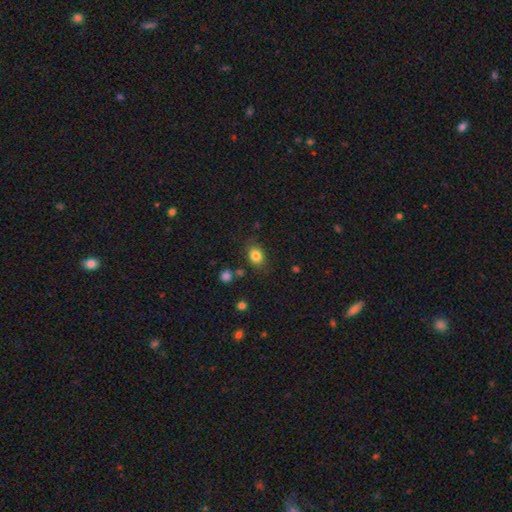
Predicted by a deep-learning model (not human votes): smooth_or_featured: smooth (p=0.82) [alt: star or artifact p=0.11]
how_rounded: in between (p=0.54) [alt: round p=0.45]
merging: none (p=0.77) [alt: minor disturbance p=0.16]